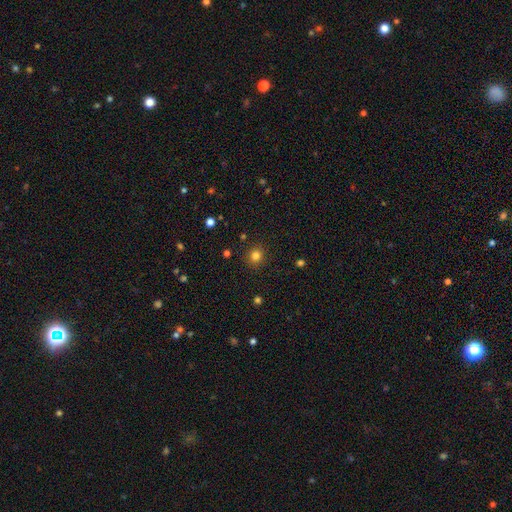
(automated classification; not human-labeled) This appears to be a smooth galaxy with no disk features (81%) that is round (89%). Merging: none (90%).